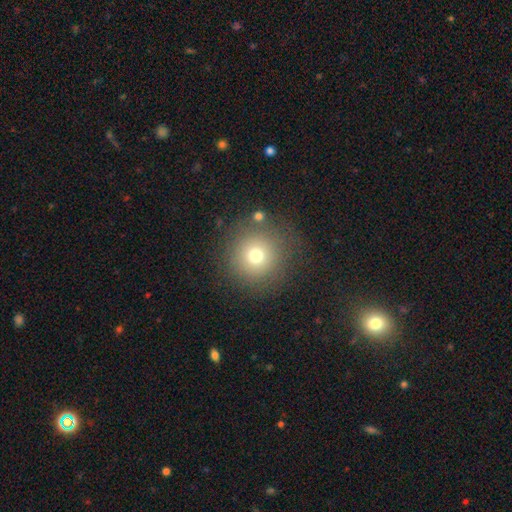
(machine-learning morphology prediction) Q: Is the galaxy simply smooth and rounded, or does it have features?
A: smooth — 73%.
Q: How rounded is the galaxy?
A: round — 95%.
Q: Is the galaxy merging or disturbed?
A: none — 82%.